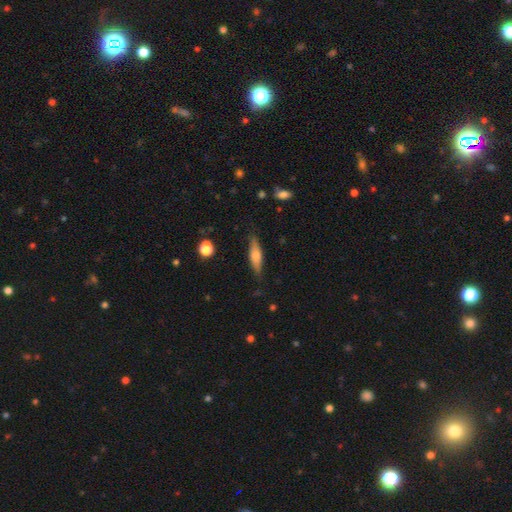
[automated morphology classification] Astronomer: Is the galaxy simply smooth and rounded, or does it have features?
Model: smooth — 56% (runner-up: featured or disk, 37%).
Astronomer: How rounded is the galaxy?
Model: cigar-shaped — 61% (runner-up: in between, 36%).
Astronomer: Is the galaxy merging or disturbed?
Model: none — 80%.